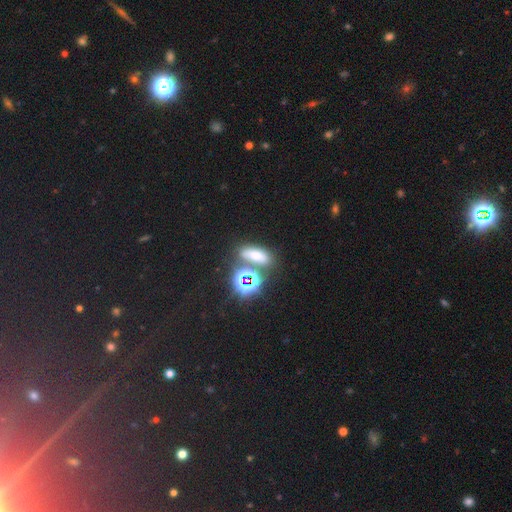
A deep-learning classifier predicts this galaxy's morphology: Smooth or featured? Predicted: smooth (p=0.55). How rounded? Predicted: in between (p=0.57). Merging? Predicted: none (p=0.64).